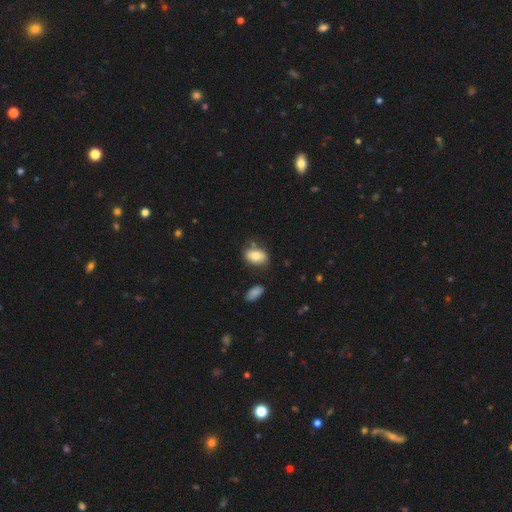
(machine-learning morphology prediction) A smooth galaxy with no disk features (76%) that is in between round and cigar-shaped (82%). Merging: none (70%).